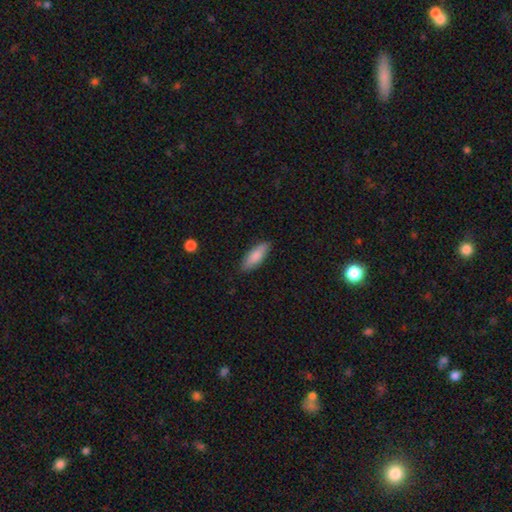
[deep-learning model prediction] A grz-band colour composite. It shows a smooth galaxy with no disk features (84%) that is in between round and cigar-shaped (65%). Merging: none (86%).